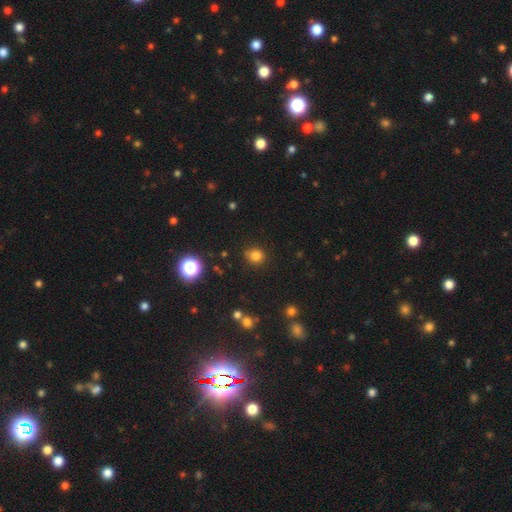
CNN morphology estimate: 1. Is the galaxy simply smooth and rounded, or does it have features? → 79% smooth, 16% star or artifact, 5% featured or disk.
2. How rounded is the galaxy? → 80% round, 19% in between, 1% cigar-shaped.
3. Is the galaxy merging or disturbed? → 83% none, 12% minor disturbance, 3% major disturbance, 2% merger.